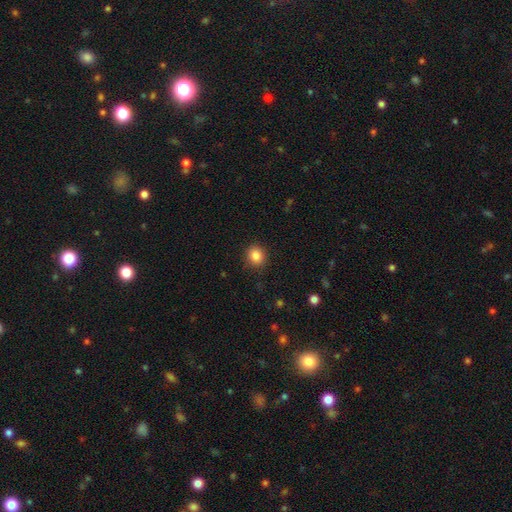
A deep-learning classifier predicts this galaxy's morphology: Q: Smooth or featured?
A: smooth (86%); runner-up: star or artifact (10%)
Q: How rounded?
A: round (73%); runner-up: in between (26%)
Q: Merging?
A: none (88%); runner-up: minor disturbance (8%)